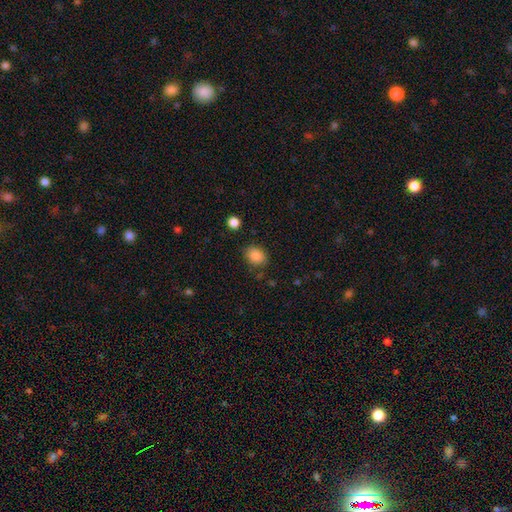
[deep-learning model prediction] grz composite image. It shows a smooth galaxy with no disk features (87%) that is in between round and cigar-shaped (57%). Merging: none (80%).